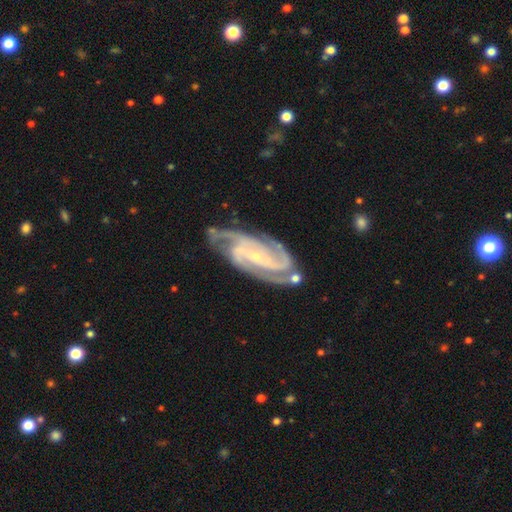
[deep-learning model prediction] Smooth or featured?
  - featured or disk: 93% *
  - star or artifact: 4%
  - smooth: 3%
Edge-on disk?
  - no: 96% *
  - yes: 4%
Bar?
  - no: 38% *
  - weak: 34%
  - strong: 28%
Spiral arms?
  - yes: 99% *
  - no: 1%
Spiral winding?
  - tight: 53% *
  - medium: 41%
  - loose: 6%
Spiral arm count?
  - 3: 42% *
  - 2: 21%
  - 4: 20%
  - can't tell: 8%
  - more than 4: 5%
  - 1: 4%
Bulge size?
  - small: 79% *
  - moderate: 17%
  - none: 2%
  - large: 1%
  - dominant: 1%
Merging?
  - none: 70% *
  - minor disturbance: 20%
  - major disturbance: 7%
  - merger: 3%